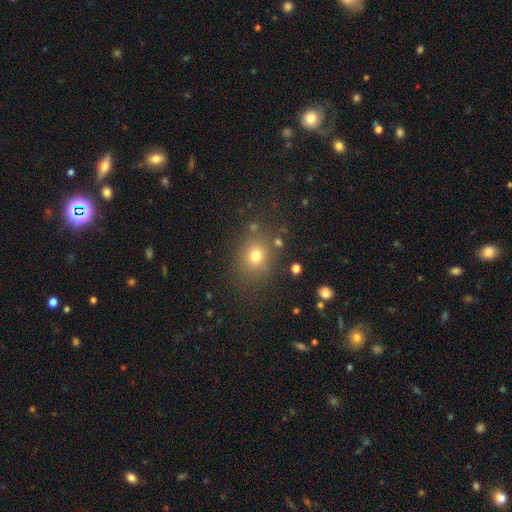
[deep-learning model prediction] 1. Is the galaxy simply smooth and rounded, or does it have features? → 73% smooth, 18% star or artifact, 10% featured or disk.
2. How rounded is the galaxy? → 65% round, 34% in between, 1% cigar-shaped.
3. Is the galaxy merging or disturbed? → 80% none, 11% minor disturbance, 5% major disturbance, 4% merger.